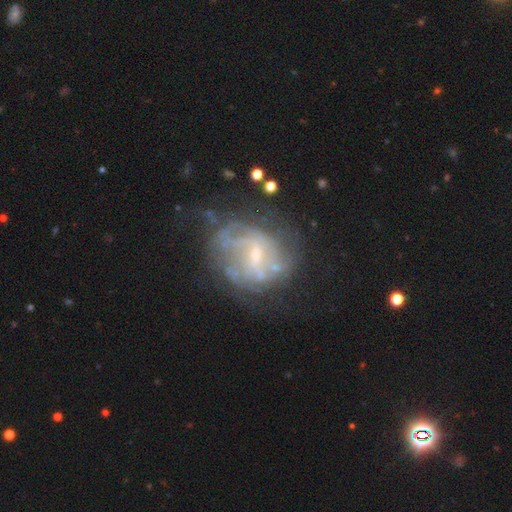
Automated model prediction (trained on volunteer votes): smooth_or_featured: featured or disk (p=0.74) [alt: smooth p=0.16]
disk_edge_on: no (p=0.97) [alt: yes p=0.03]
bar: weak (p=0.54) [alt: no p=0.29]
has_spiral_arms: yes (p=0.63) [alt: no p=0.37]
bulge_size: small (p=0.56) [alt: moderate p=0.27]
merging: none (p=0.51) [alt: minor disturbance p=0.22]